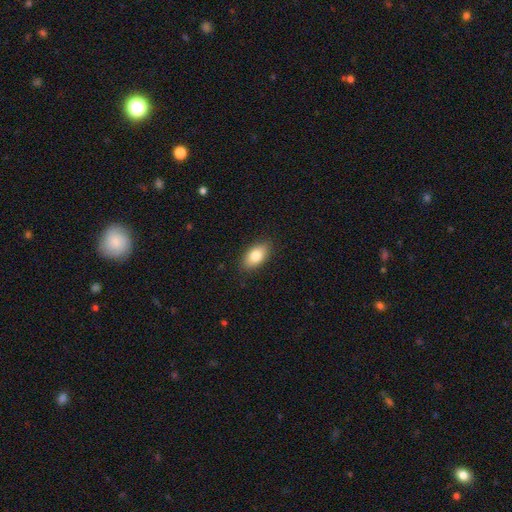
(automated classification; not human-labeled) This appears to be a smooth galaxy with no disk features (82%) that is in between round and cigar-shaped (92%). Merging: none (88%).